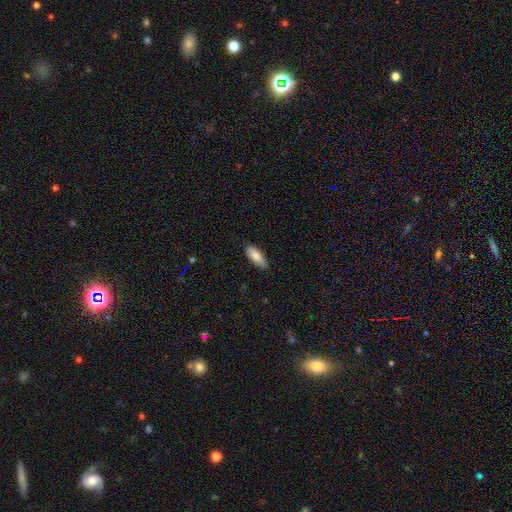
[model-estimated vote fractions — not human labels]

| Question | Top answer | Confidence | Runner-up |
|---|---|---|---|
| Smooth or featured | smooth | 84% | featured or disk (10%) |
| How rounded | in between | 78% | cigar-shaped (21%) |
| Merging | none | 84% | minor disturbance (14%) |